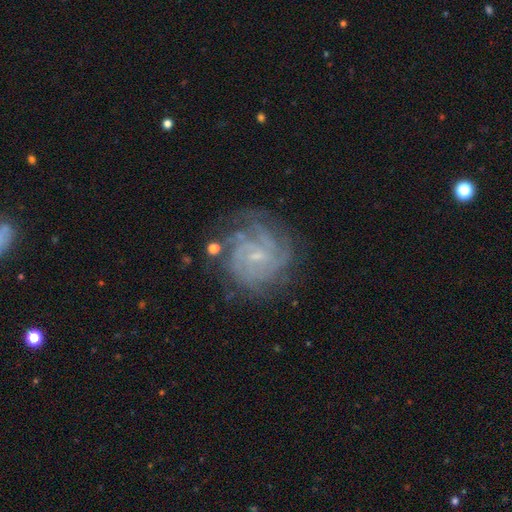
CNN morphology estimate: This is clearly a featured or disk galaxy (83%). It is clearly not viewed edge-on (98%). Bar: possibly no (52%). Spiral arm pattern: clearly yes (95%). Spiral arm count: marginally can't tell (31%). Spiral winding: likely tight (70%). Central bulge: likely small (78%). Merging: likely none (72%).